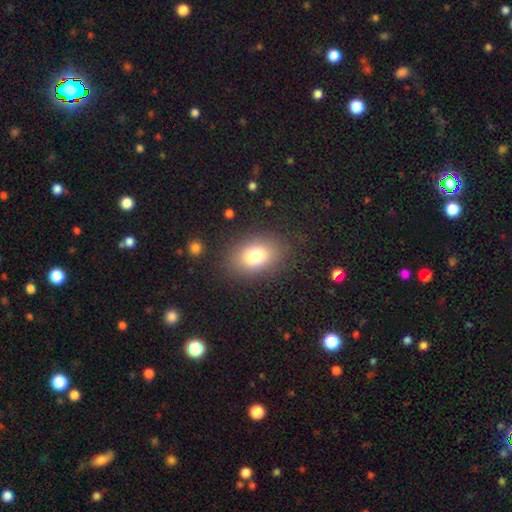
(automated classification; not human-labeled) Smooth or featured?
  - smooth: 77% *
  - featured or disk: 12%
  - star or artifact: 11%
How rounded?
  - in between: 74% *
  - round: 24%
  - cigar-shaped: 1%
Merging?
  - none: 83% *
  - minor disturbance: 10%
  - major disturbance: 5%
  - merger: 1%